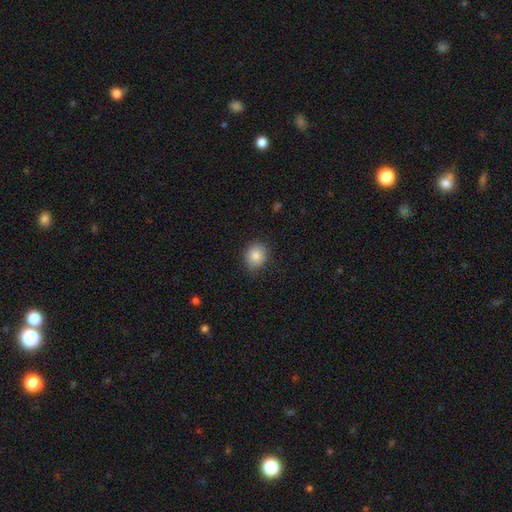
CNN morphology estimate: smooth-or-featured: smooth: 84% | star or artifact: 9% | featured or disk: 7%
  how-rounded: round: 73% | in between: 26% | cigar-shaped: 1%
  merging: none: 84% | minor disturbance: 13% | major disturbance: 3% | merger: 1%